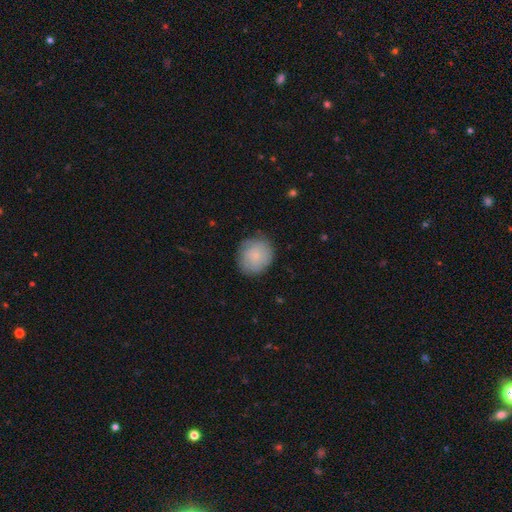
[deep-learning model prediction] This is likely a smooth galaxy (74%). How rounded: likely round (80%). Merging: likely none (79%).